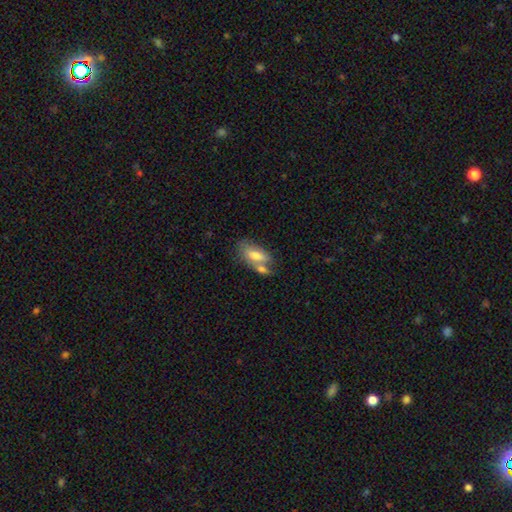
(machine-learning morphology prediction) Overall: smooth (69%). How rounded: in between (84%). Merging: none (40%; merger 39%).